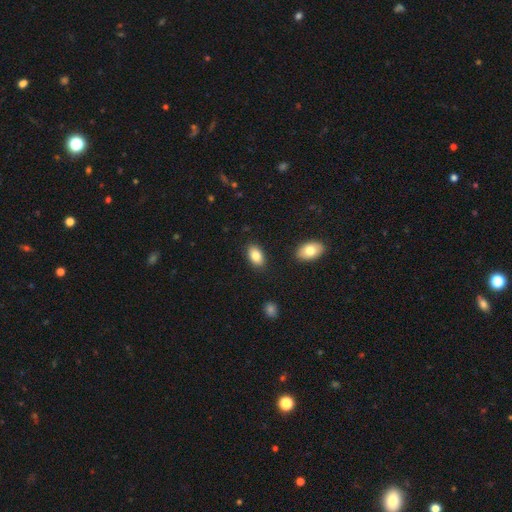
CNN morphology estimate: A smooth galaxy with no disk features (83%) that is in between round and cigar-shaped (92%).

Vote fractions:
- Smooth or featured? smooth: 83% / featured or disk: 10% / star or artifact: 7%
- How rounded? in between: 92% / round: 6% / cigar-shaped: 1%
- Merging? none: 86% / minor disturbance: 9% / merger: 2% / major disturbance: 2%